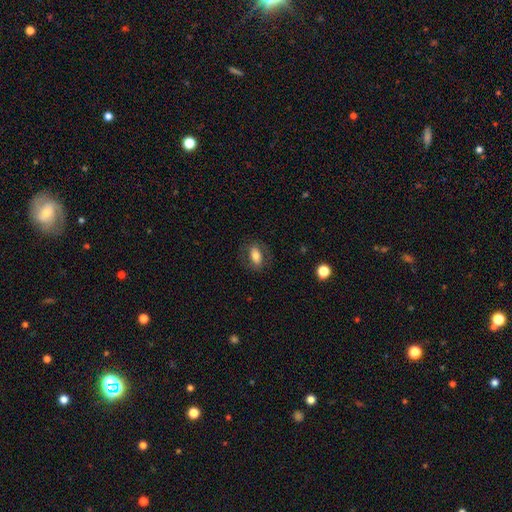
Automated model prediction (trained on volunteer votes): Overall: smooth (69%). How rounded: in between (85%). Merging: none (76%).